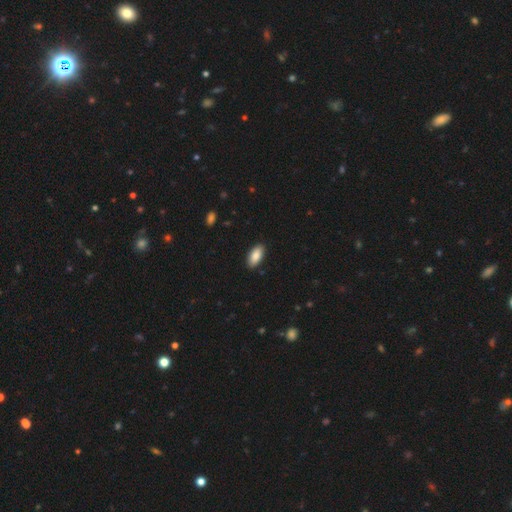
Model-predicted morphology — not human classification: A smooth galaxy with no disk features (88%) that is in between round and cigar-shaped (91%).

Vote fractions:
- Smooth or featured? smooth: 88% / star or artifact: 6% / featured or disk: 6%
- How rounded? in between: 91% / cigar-shaped: 7% / round: 2%
- Merging? none: 89% / minor disturbance: 8% / major disturbance: 2% / merger: 1%